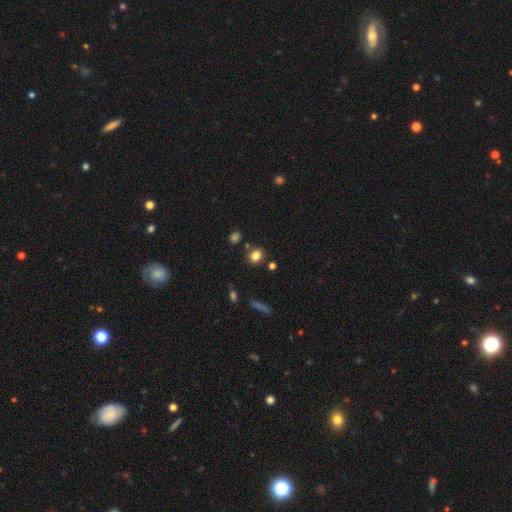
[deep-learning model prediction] Smooth or featured? smooth (81%)
How rounded? round (65%)
Merging? none (81%)